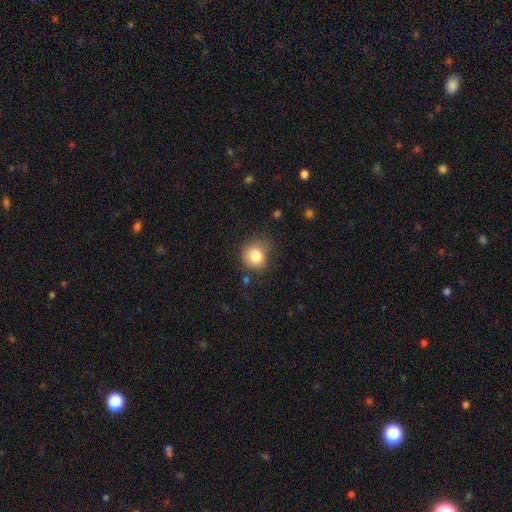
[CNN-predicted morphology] smooth_or_featured: smooth (p=0.82) [alt: star or artifact p=0.10]
how_rounded: round (p=0.85) [alt: in between p=0.14]
merging: none (p=0.71) [alt: minor disturbance p=0.20]